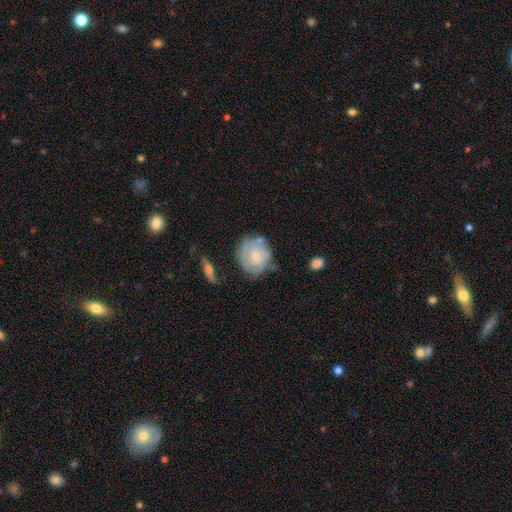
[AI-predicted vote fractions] Smooth or featured? Predicted: featured or disk (p=0.47). Merging? Predicted: none (p=0.57).